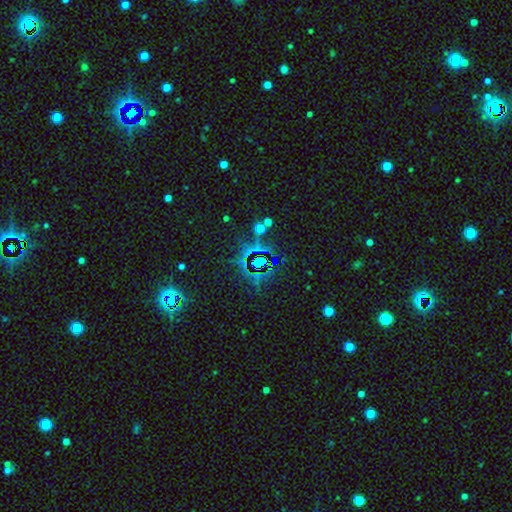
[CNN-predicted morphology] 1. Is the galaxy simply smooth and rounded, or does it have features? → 75% star or artifact, 15% smooth, 11% featured or disk.